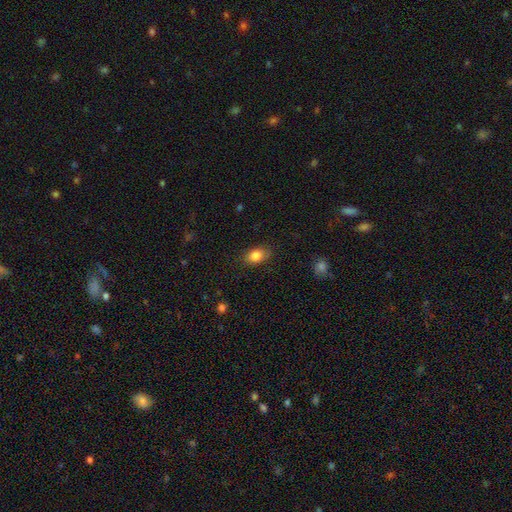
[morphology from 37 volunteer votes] This appears to be a smooth galaxy with no disk features (92%) that is in between round and cigar-shaped (82%). Merging: none (84%).